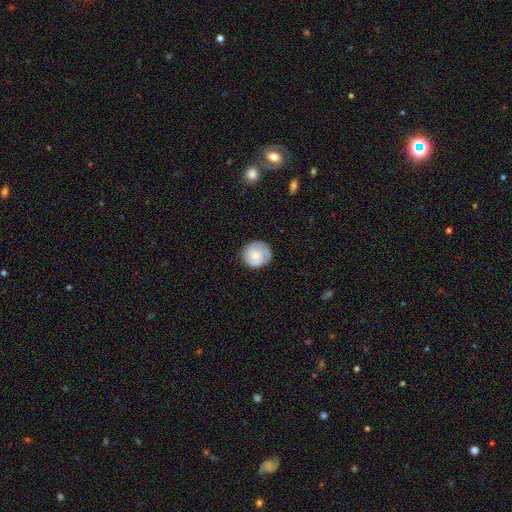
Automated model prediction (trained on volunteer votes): A smooth galaxy with no disk features (66%) that is round (92%).

Vote fractions:
- Smooth or featured? smooth: 66% / featured or disk: 28% / star or artifact: 7%
- How rounded? round: 92% / in between: 7% / cigar-shaped: 1%
- Merging? none: 81% / minor disturbance: 15% / major disturbance: 3% / merger: 1%